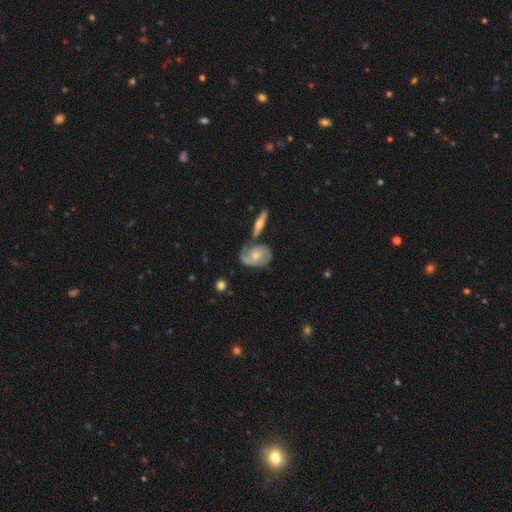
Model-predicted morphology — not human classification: This is likely a featured or disk galaxy (69%). It is clearly not viewed edge-on (94%). Bar: likely no (72%). Spiral arm pattern: clearly yes (87%). Spiral arm count: possibly 2 (59%). Spiral winding: marginally tight (43%). Central bulge: possibly small (50%). Merging: possibly none (48%).